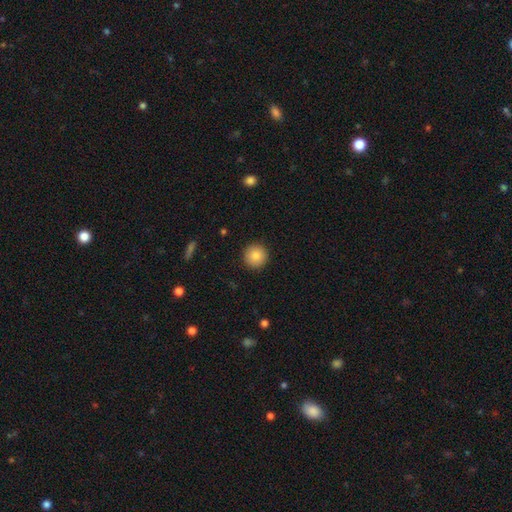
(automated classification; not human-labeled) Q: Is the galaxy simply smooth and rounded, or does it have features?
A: smooth — 85%.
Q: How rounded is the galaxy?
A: round — 96%.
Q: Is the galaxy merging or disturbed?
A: none — 92%.